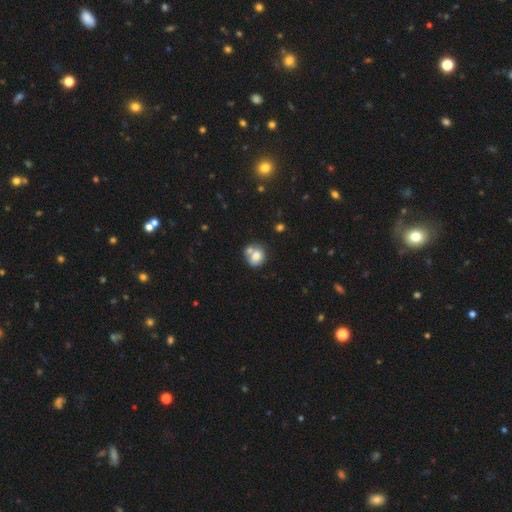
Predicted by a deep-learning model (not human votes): Morphology: type=smooth (73%); roundness=round (69%); merging=merger (43%).